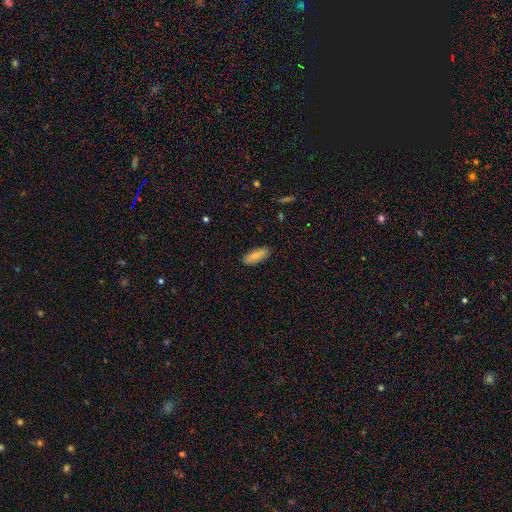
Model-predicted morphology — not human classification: smooth-or-featured: smooth: 76% | featured or disk: 17% | star or artifact: 6%
  how-rounded: in between: 69% | cigar-shaped: 29% | round: 2%
  merging: none: 88% | minor disturbance: 9% | major disturbance: 2% | merger: 1%